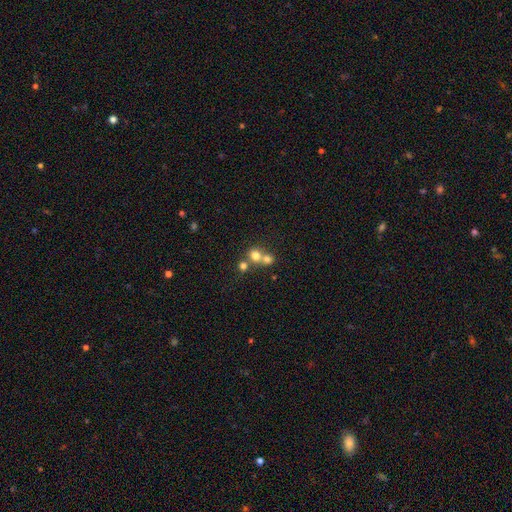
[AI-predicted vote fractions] Smooth or featured: smooth — 72% (star or artifact — 14%)
How rounded: round — 81% (in between — 18%)
Merging: merger — 57% (none — 35%)